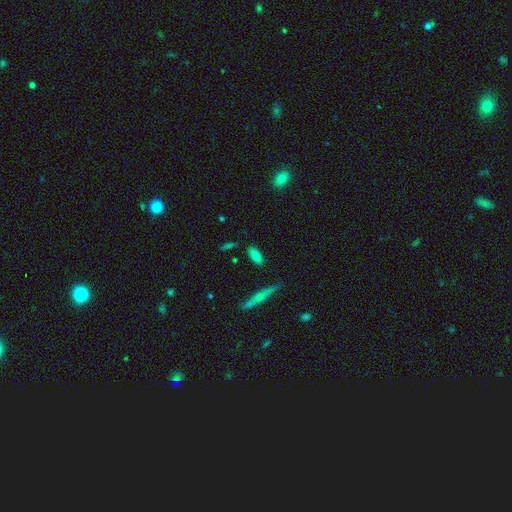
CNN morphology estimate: Overall: smooth (77%). How rounded: in between (82%). Merging: none (83%).